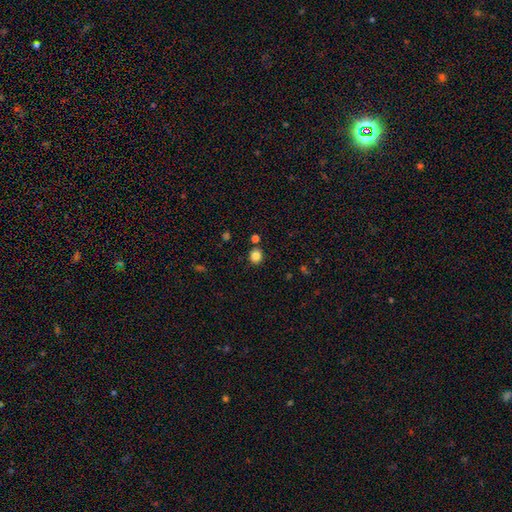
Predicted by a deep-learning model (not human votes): A smooth galaxy with no disk features (83%) that is round (83%).

Vote fractions:
- Smooth or featured? smooth: 83% / star or artifact: 12% / featured or disk: 5%
- How rounded? round: 83% / in between: 16% / cigar-shaped: 1%
- Merging? none: 84% / minor disturbance: 8% / merger: 5% / major disturbance: 2%